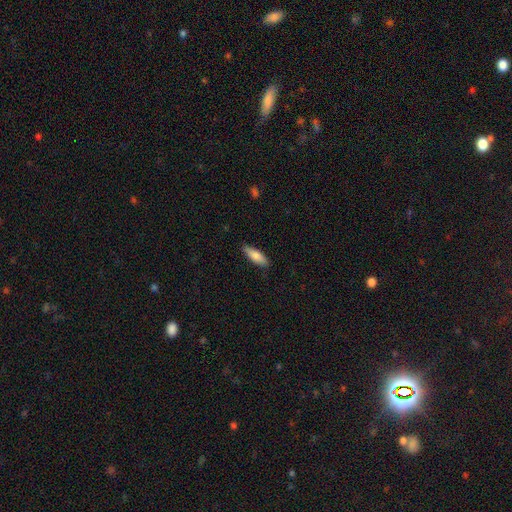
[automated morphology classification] Overall: smooth (80%). How rounded: in between (54%; cigar-shaped 44%). Merging: none (86%).